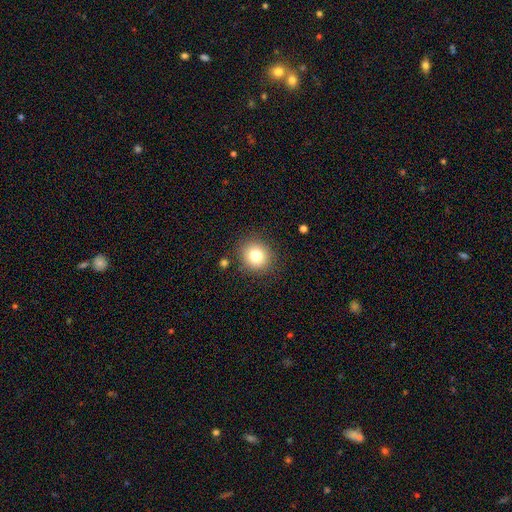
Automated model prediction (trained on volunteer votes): Smooth or featured? Predicted: smooth (p=0.79). How rounded? Predicted: round (p=0.86). Merging? Predicted: none (p=0.86).